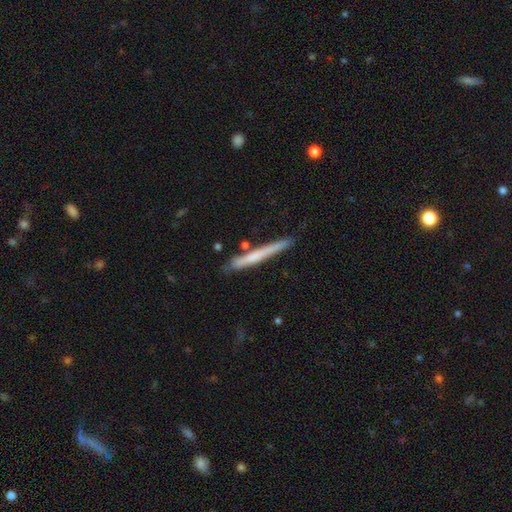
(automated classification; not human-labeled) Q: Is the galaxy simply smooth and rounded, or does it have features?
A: smooth — 56%.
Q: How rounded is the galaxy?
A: cigar-shaped — 97%.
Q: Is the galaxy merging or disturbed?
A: none — 80%.